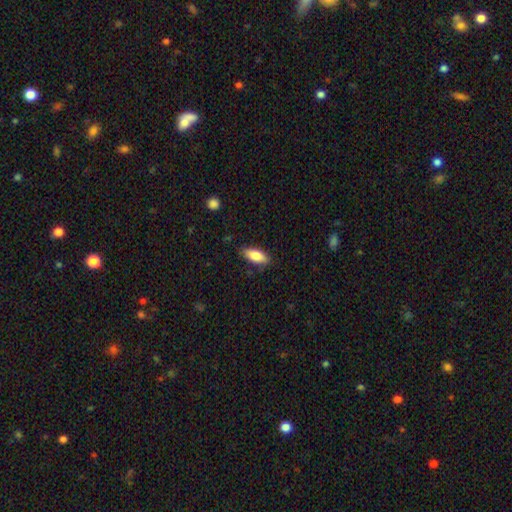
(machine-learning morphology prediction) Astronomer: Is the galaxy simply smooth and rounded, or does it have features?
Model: smooth — 80%.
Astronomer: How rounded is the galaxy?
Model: in between — 77%.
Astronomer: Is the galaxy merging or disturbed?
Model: none — 83%.